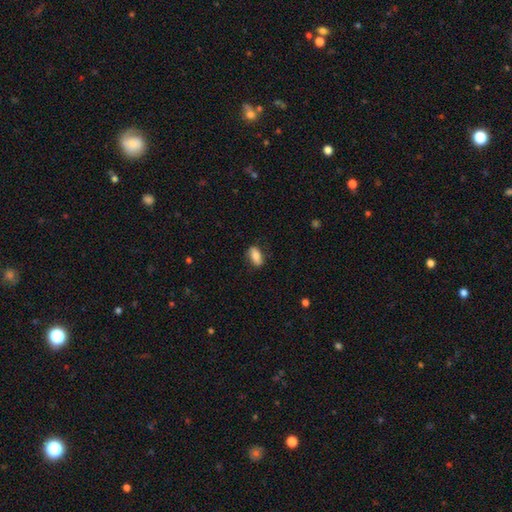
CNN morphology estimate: type=smooth (75%); roundness=in between (87%); merging=none (80%).